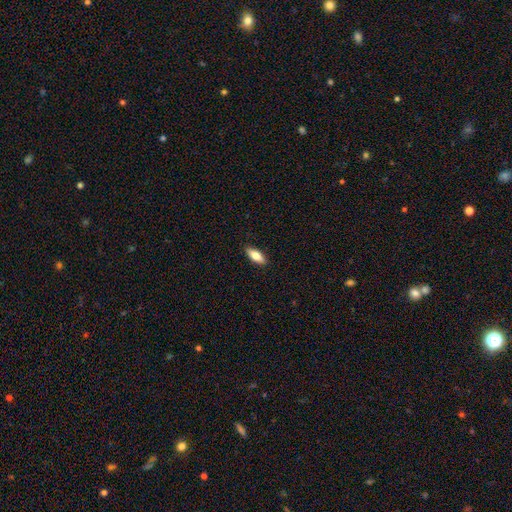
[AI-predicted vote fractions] A smooth galaxy with no disk features (74%) that is in between round and cigar-shaped (71%). Merging: none (90%).